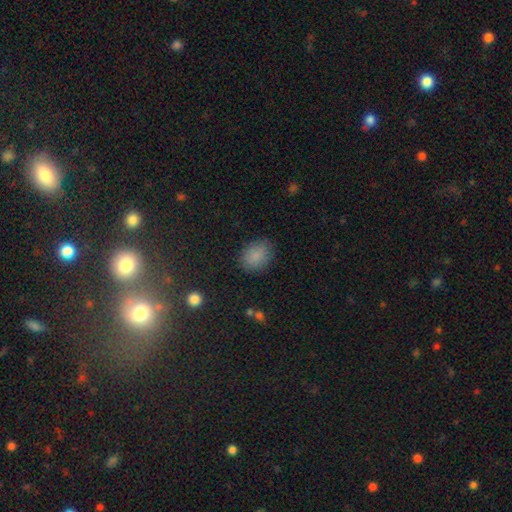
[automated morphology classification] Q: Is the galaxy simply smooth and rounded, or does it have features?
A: smooth — 86%.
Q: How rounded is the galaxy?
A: in between — 70%.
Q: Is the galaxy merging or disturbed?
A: none — 84%.